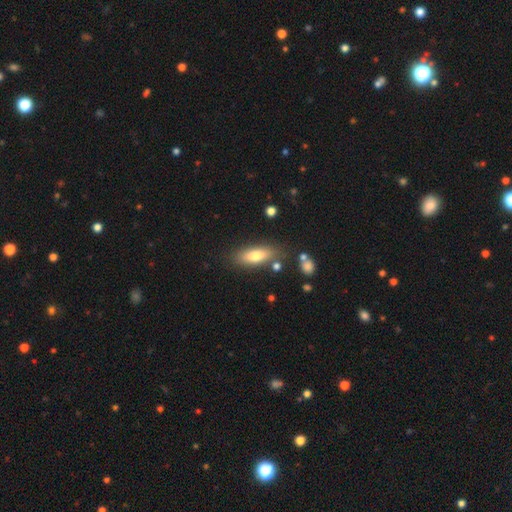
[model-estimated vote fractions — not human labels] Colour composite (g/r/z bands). It shows a smooth galaxy with no disk features (74%) that is in between round and cigar-shaped (69%). Merging: none (78%).